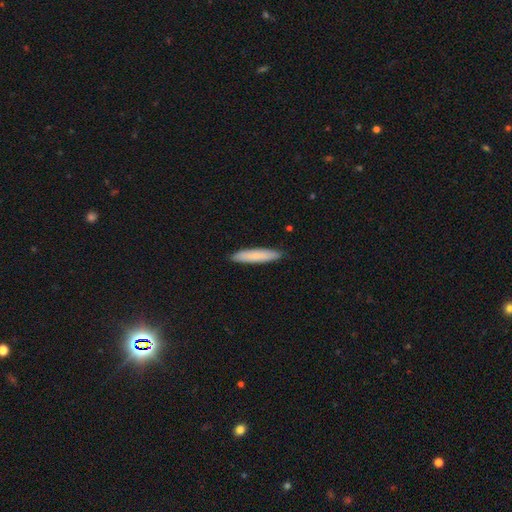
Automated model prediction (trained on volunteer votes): This appears to be a smooth galaxy with no disk features (79%) that is cigar-shaped (87%). Merging: none (90%).